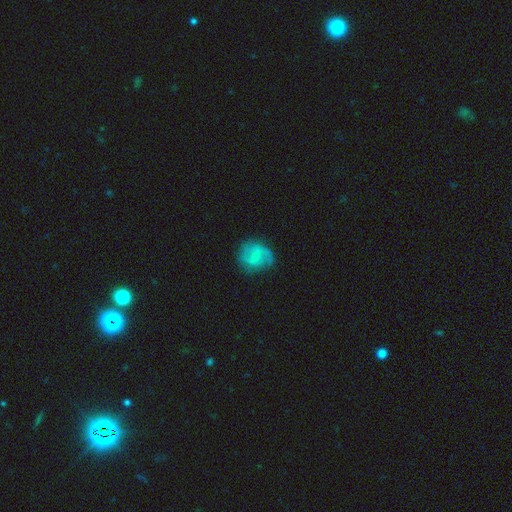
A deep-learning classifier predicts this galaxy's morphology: Overall: featured or disk (57%; smooth 36%). Edge-on disk: no (97%). Bar: weak (53%; no 32%). Spiral arms: yes (79%). Bulge size: small (61%). Merging: none (65%).